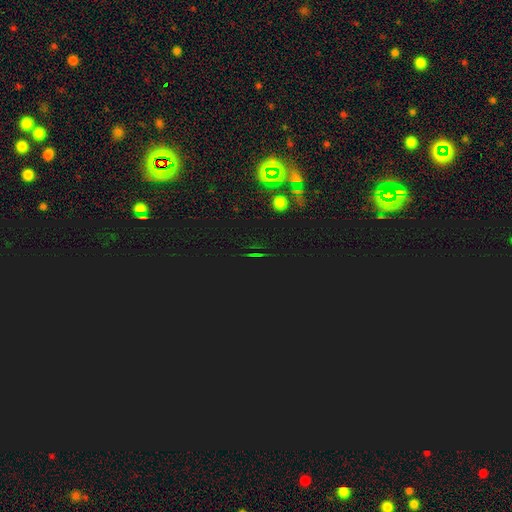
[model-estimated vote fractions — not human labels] Smooth or featured? star or artifact (82%)